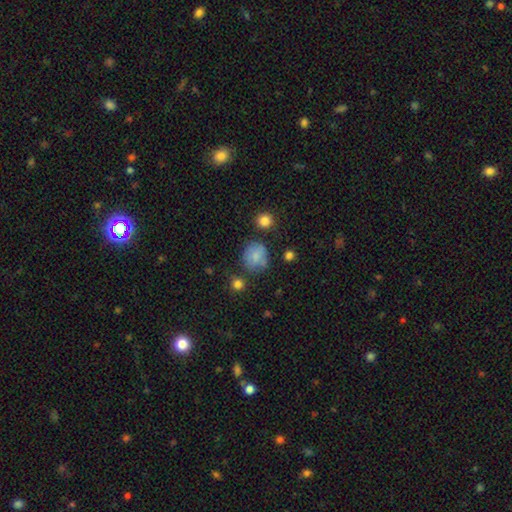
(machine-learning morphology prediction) Smooth or featured? smooth (79%)
How rounded? round (79%)
Merging? none (65%)